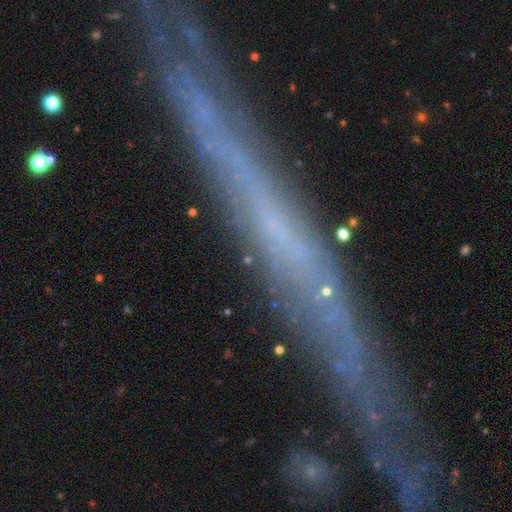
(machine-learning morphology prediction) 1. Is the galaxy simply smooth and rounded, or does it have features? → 52% featured or disk, 30% smooth, 18% star or artifact.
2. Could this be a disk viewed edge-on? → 82% yes, 18% no.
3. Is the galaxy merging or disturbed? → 80% none, 13% minor disturbance, 4% major disturbance, 3% merger.